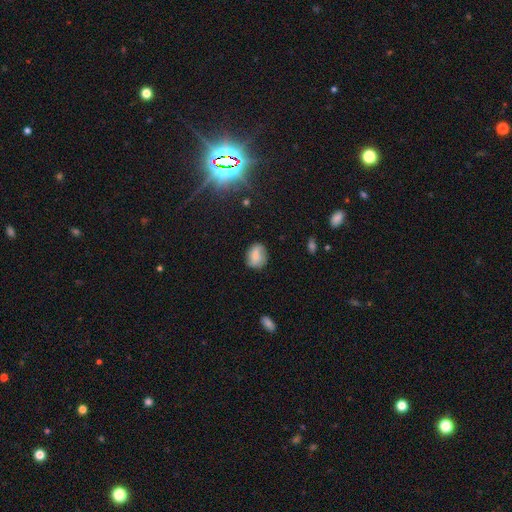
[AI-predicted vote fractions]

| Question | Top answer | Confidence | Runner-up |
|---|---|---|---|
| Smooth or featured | smooth | 68% | featured or disk (23%) |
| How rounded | round | 55% | in between (44%) |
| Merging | none | 71% | minor disturbance (21%) |